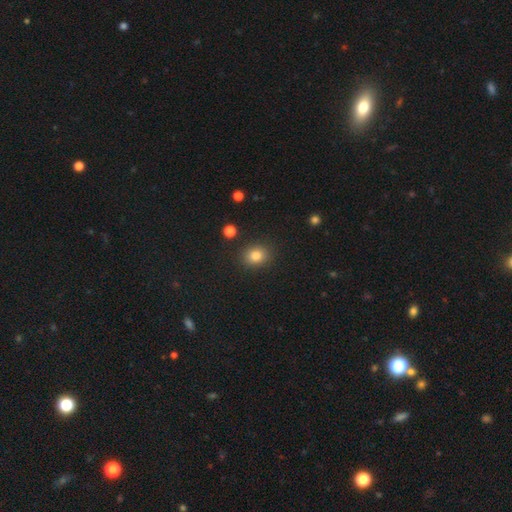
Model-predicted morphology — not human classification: This is clearly a smooth galaxy (82%). How rounded: possibly round (59%). Merging: clearly none (87%).